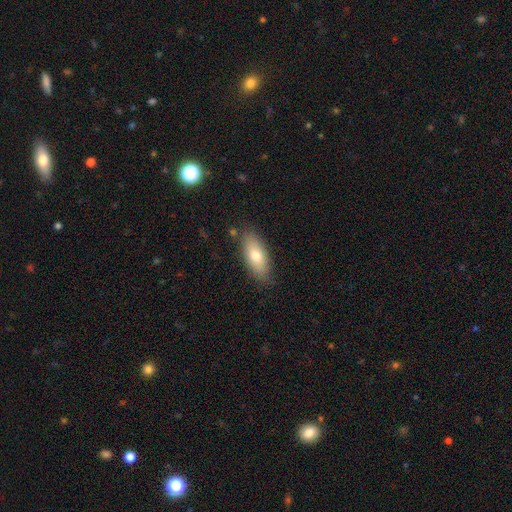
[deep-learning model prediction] This is likely a smooth galaxy (74%). How rounded: likely in between (79%). Merging: clearly none (83%).